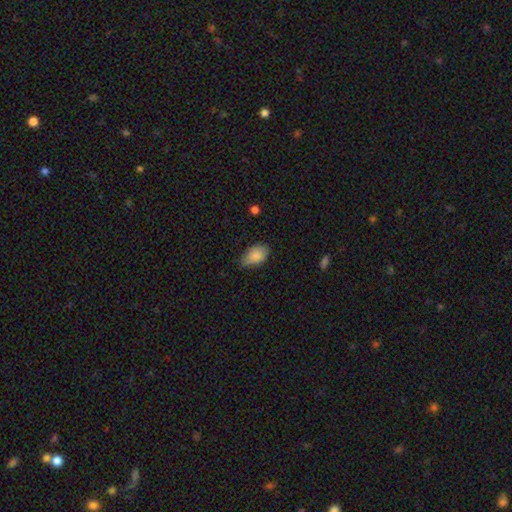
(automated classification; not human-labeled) Smooth or featured? Predicted: smooth (p=0.85). How rounded? Predicted: in between (p=0.89). Merging? Predicted: none (p=0.50).